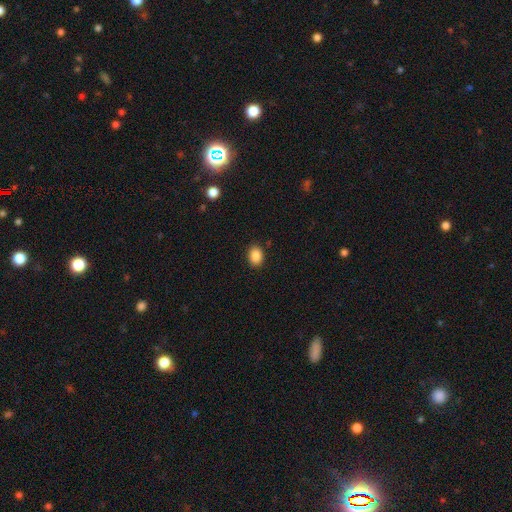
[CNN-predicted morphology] type=smooth (88%); roundness=in between (68%); merging=none (88%).